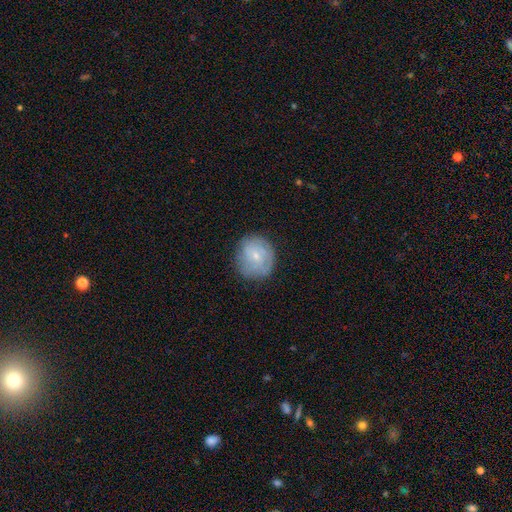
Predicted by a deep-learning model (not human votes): Smooth or featured? smooth (48%)
Merging? none (76%)